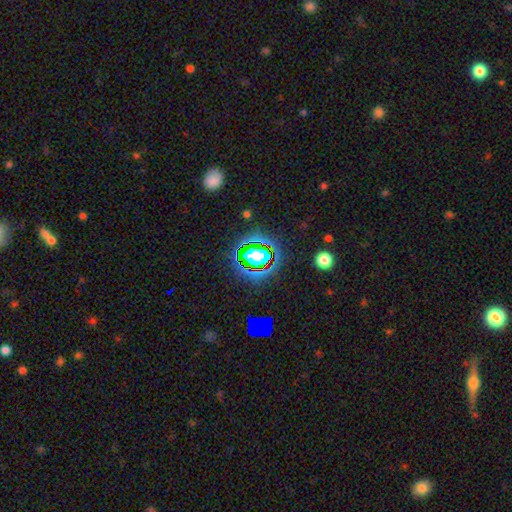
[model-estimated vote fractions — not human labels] The model was most divided on "smooth or featured": star or artifact: 61%, smooth: 26%, featured or disk: 13%.